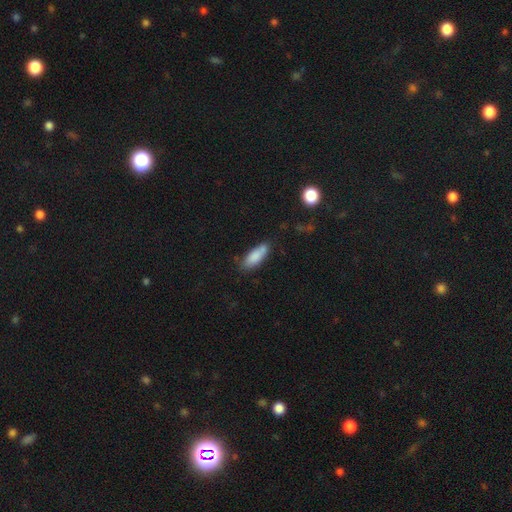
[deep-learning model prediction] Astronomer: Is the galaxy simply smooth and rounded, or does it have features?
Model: smooth — 84%.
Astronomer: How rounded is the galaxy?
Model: in between — 66%.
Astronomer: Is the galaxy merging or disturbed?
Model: none — 68%.